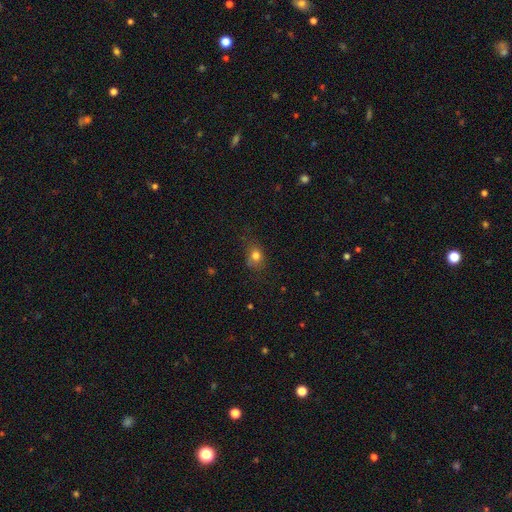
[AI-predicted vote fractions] Smooth or featured?
  - smooth: 78% *
  - star or artifact: 13%
  - featured or disk: 9%
How rounded?
  - round: 55% *
  - in between: 43%
  - cigar-shaped: 1%
Merging?
  - none: 62% *
  - minor disturbance: 26%
  - major disturbance: 10%
  - merger: 2%